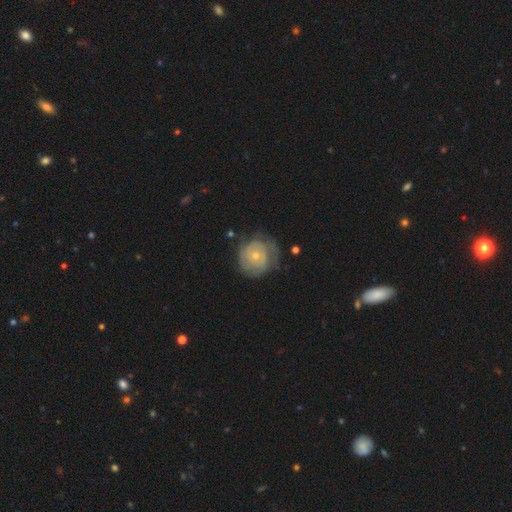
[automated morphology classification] Smooth or featured? featured or disk (71%)
Edge-on disk? no (98%)
Bar? no (82%)
Spiral arms? yes (84%)
Spiral winding? tight (73%)
Spiral arm count? can't tell (44%)
Bulge size? small (60%)
Merging? none (61%)